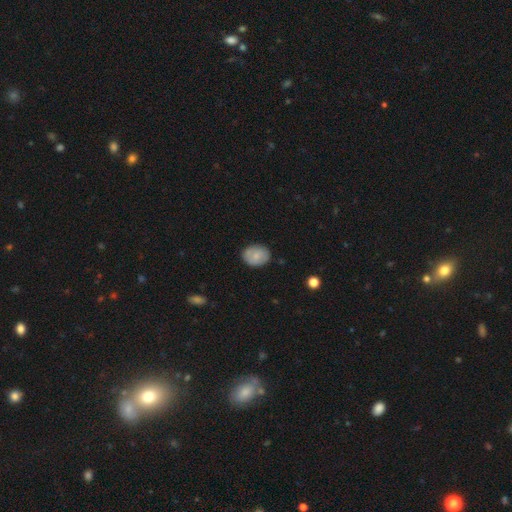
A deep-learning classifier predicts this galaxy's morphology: A smooth galaxy with no disk features (77%) that is in between round and cigar-shaped (62%).

Vote fractions:
- Smooth or featured? smooth: 77% / featured or disk: 16% / star or artifact: 7%
- How rounded? in between: 62% / round: 37% / cigar-shaped: 1%
- Merging? none: 83% / minor disturbance: 13% / major disturbance: 3% / merger: 1%